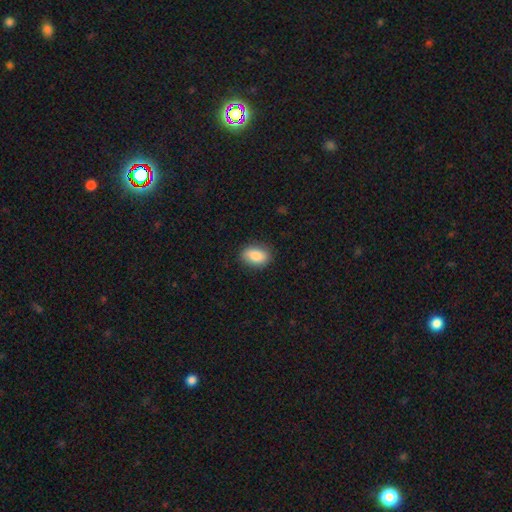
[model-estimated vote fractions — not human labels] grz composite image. It shows a smooth galaxy with no disk features (85%) that is in between round and cigar-shaped (85%). Merging: none (85%).